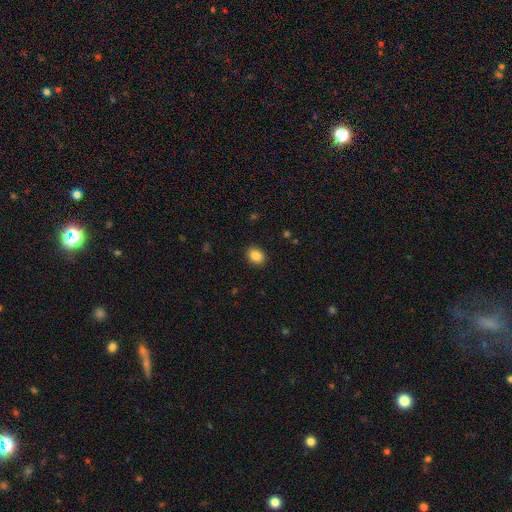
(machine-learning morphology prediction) Overall: smooth (87%). How rounded: in between (64%; round 35%). Merging: none (90%).